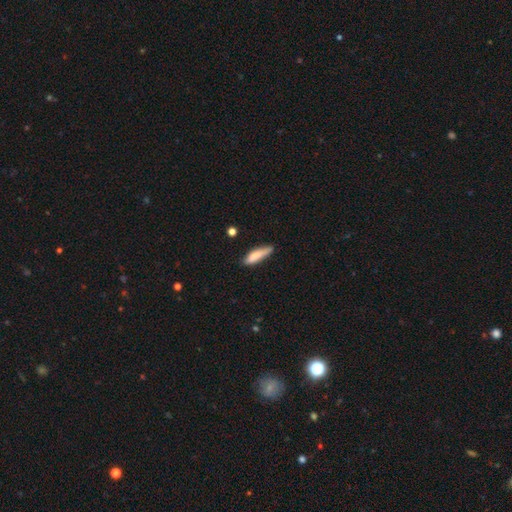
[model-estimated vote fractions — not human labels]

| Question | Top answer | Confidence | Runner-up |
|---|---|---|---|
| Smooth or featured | smooth | 80% | featured or disk (14%) |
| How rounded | cigar-shaped | 72% | in between (27%) |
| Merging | none | 63% | minor disturbance (28%) |